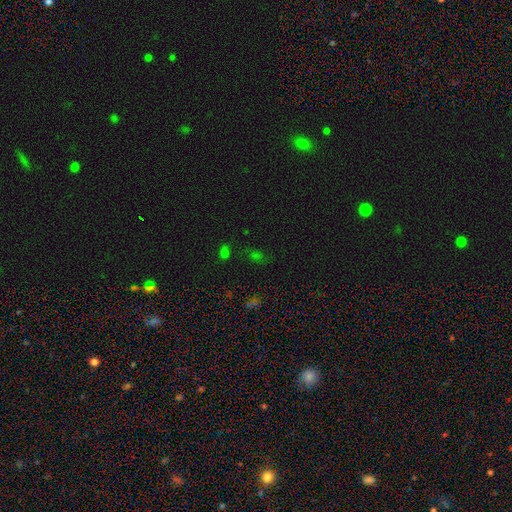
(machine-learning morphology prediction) star or artifact 54%, smooth 37%, featured or disk 9%.